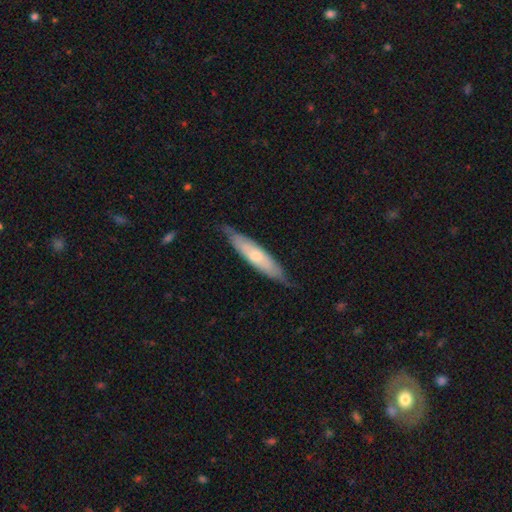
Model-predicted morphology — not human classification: Smooth or featured?
  - smooth: 50% *
  - featured or disk: 45%
  - star or artifact: 5%
How rounded?
  - cigar-shaped: 79% *
  - in between: 20%
  - round: 1%
Merging?
  - none: 75% *
  - minor disturbance: 21%
  - major disturbance: 3%
  - merger: 1%